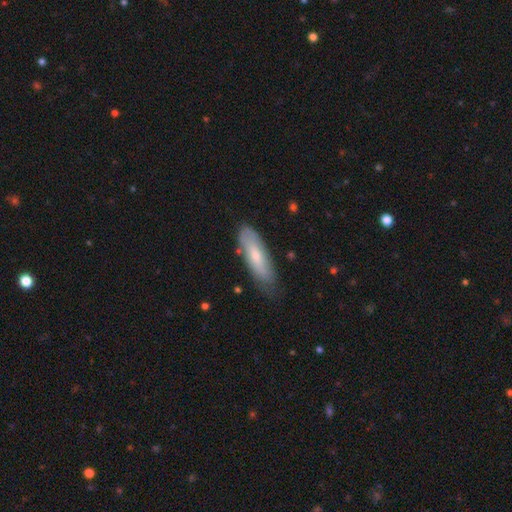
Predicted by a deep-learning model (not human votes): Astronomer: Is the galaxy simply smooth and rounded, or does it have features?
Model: smooth — 61%.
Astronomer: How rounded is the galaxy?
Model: cigar-shaped — 50% (runner-up: in between, 48%).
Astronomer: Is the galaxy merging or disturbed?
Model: none — 70%.